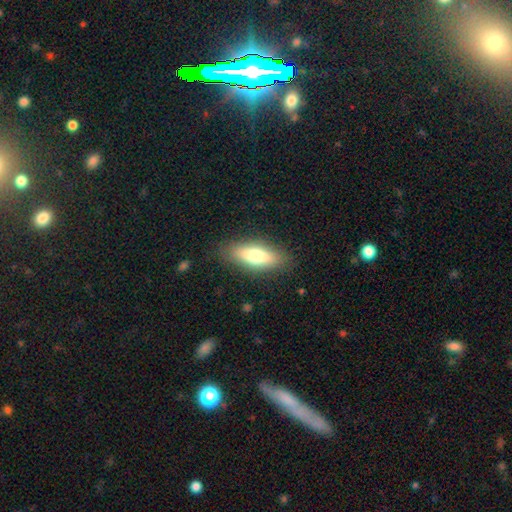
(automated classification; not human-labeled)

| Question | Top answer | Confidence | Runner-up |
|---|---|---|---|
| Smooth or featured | smooth | 70% | featured or disk (23%) |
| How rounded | in between | 65% | cigar-shaped (32%) |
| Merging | none | 85% | minor disturbance (11%) |